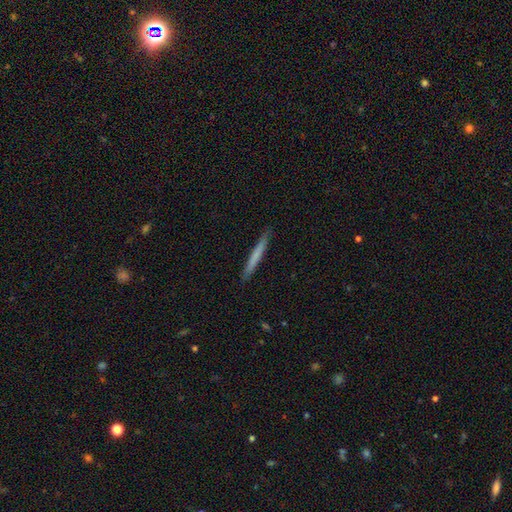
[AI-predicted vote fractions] This is likely a smooth galaxy (68%). How rounded: clearly cigar-shaped (97%). Merging: clearly none (90%).